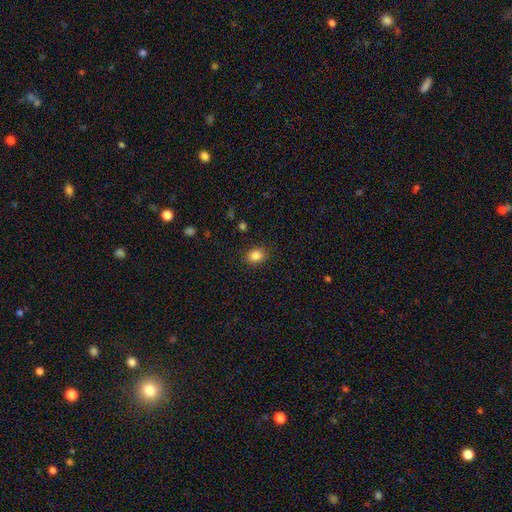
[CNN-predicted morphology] Q: Smooth or featured?
A: smooth (85%); runner-up: star or artifact (10%)
Q: How rounded?
A: in between (56%); runner-up: round (43%)
Q: Merging?
A: none (88%); runner-up: minor disturbance (8%)